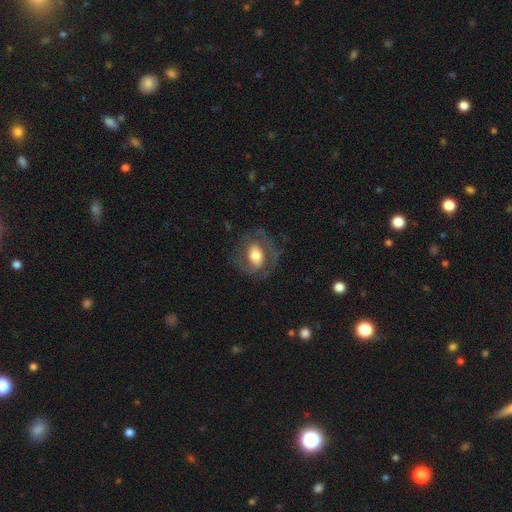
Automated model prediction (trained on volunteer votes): Q: Smooth or featured?
A: featured or disk (53%); runner-up: smooth (40%)
Q: Edge-on disk?
A: no (94%); runner-up: yes (6%)
Q: Bar?
A: no (54%); runner-up: weak (29%)
Q: Spiral arms?
A: yes (52%); runner-up: no (48%)
Q: Bulge size?
A: moderate (52%); runner-up: large (35%)
Q: Merging?
A: none (65%); runner-up: minor disturbance (18%)